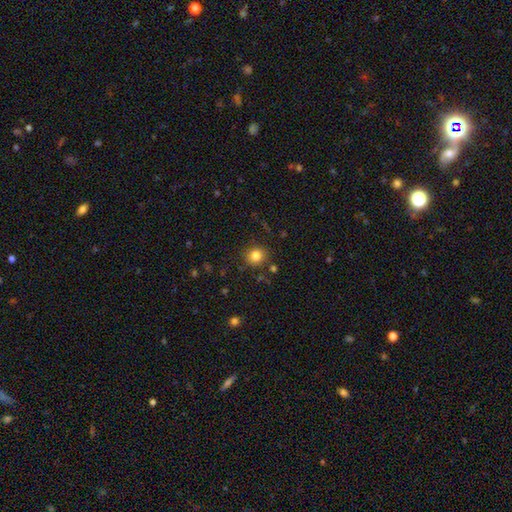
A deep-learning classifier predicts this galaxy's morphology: Smooth or featured: smooth — 82% (star or artifact — 12%)
How rounded: round — 89% (in between — 10%)
Merging: none — 86% (minor disturbance — 8%)